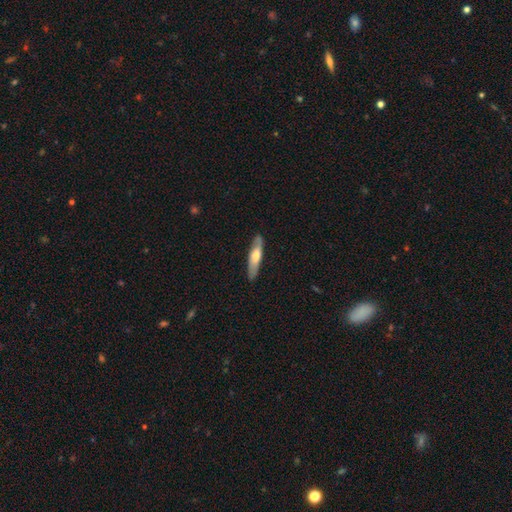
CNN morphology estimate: smooth_or_featured: smooth (p=0.53) [alt: featured or disk p=0.41]
how_rounded: cigar-shaped (p=0.78) [alt: in between p=0.20]
merging: none (p=0.85) [alt: minor disturbance p=0.11]